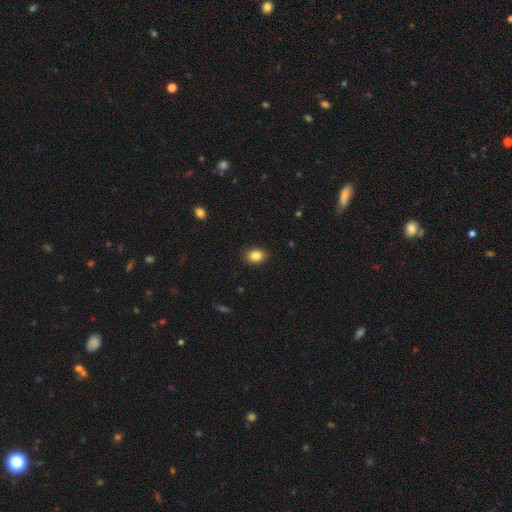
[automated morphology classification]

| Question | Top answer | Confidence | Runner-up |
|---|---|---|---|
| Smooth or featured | smooth | 85% | star or artifact (9%) |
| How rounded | in between | 72% | round (27%) |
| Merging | none | 88% | minor disturbance (9%) |